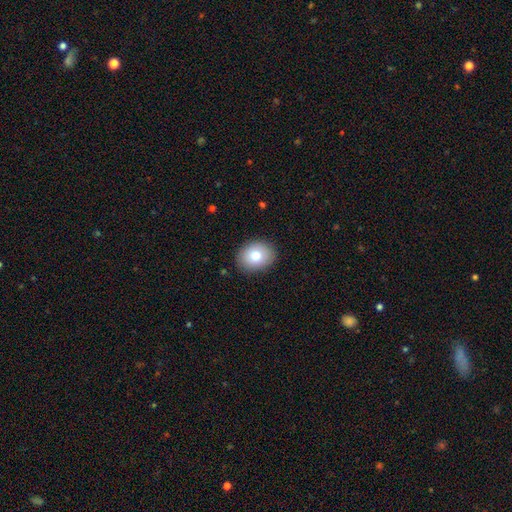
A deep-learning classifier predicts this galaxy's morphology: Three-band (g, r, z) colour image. It shows a smooth galaxy with no disk features (79%) that is in between round and cigar-shaped (52%). Merging: none (89%).